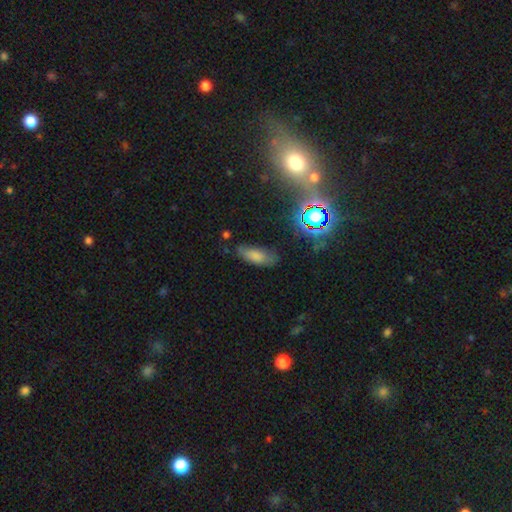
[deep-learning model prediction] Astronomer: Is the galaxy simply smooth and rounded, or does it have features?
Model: smooth — 72%.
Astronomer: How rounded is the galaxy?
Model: in between — 75%.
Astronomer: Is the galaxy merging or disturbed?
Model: none — 70%.